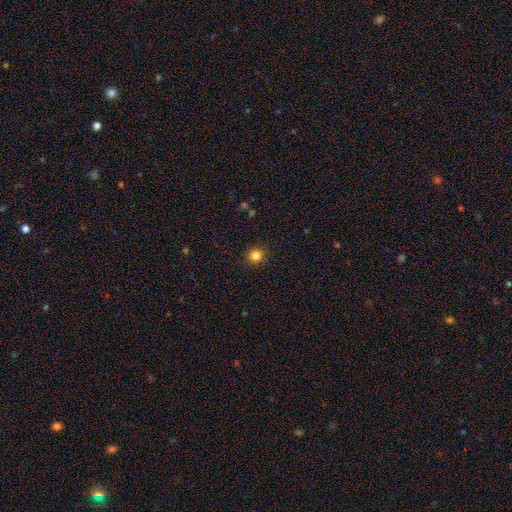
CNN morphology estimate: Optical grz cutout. It shows a smooth galaxy with no disk features (83%) that is round (88%). Merging: none (91%).